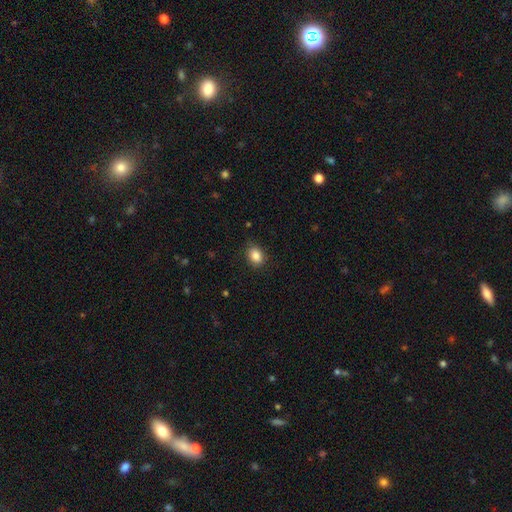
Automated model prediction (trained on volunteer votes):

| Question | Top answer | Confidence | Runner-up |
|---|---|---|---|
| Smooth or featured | smooth | 86% | star or artifact (9%) |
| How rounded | in between | 65% | round (34%) |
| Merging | none | 85% | minor disturbance (12%) |